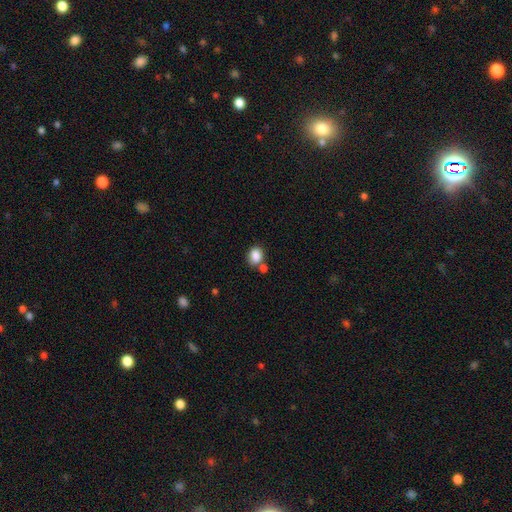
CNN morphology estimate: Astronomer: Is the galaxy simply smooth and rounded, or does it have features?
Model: smooth — 86%.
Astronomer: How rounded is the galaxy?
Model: in between — 52% (runner-up: round, 47%).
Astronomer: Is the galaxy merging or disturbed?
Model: none — 57%.